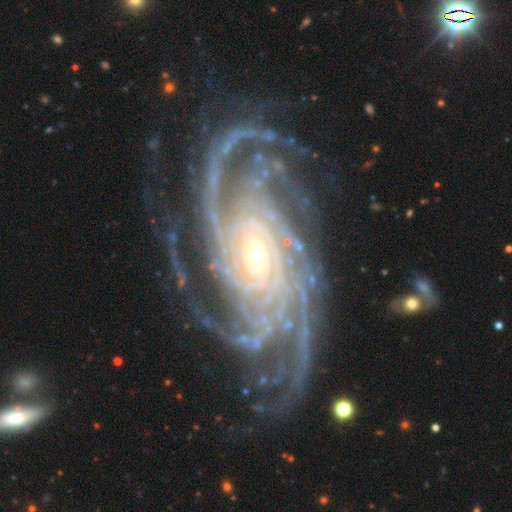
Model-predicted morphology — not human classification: Smooth or featured? Predicted: featured or disk (p=0.93). Edge-on disk? Predicted: no (p=0.97). Bar? Predicted: no (p=0.38). Spiral arms? Predicted: yes (p=0.99). Spiral winding? Predicted: tight (p=0.72). Spiral arm count? Predicted: more than 4 (p=0.38). Bulge size? Predicted: small (p=0.66). Merging? Predicted: none (p=0.76).